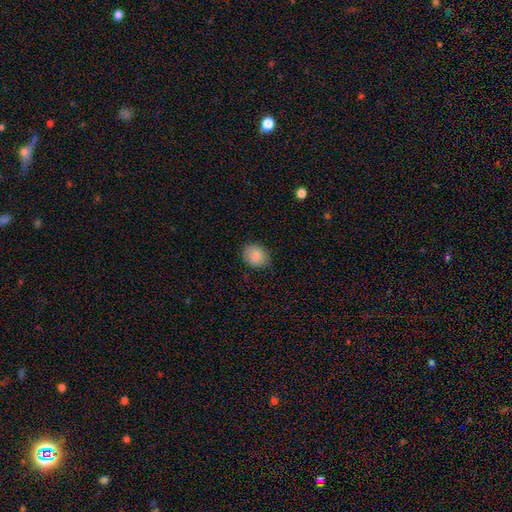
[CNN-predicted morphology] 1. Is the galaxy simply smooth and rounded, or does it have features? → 85% smooth, 8% star or artifact, 7% featured or disk.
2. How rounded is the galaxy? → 63% round, 36% in between, 1% cigar-shaped.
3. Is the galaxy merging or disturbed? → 83% none, 13% minor disturbance, 3% major disturbance, 1% merger.